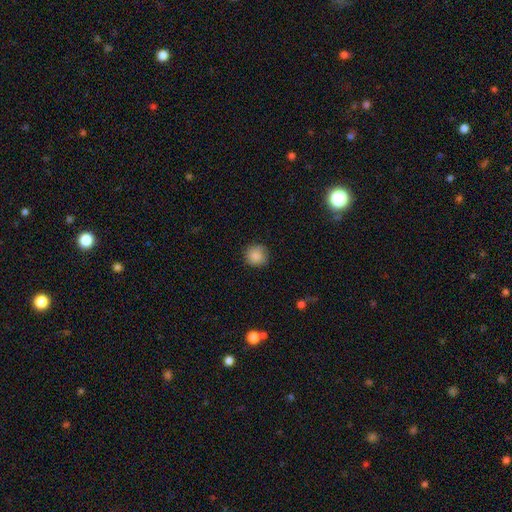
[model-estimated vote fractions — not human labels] Smooth or featured? Predicted: smooth (p=0.86). How rounded? Predicted: round (p=0.91). Merging? Predicted: none (p=0.83).